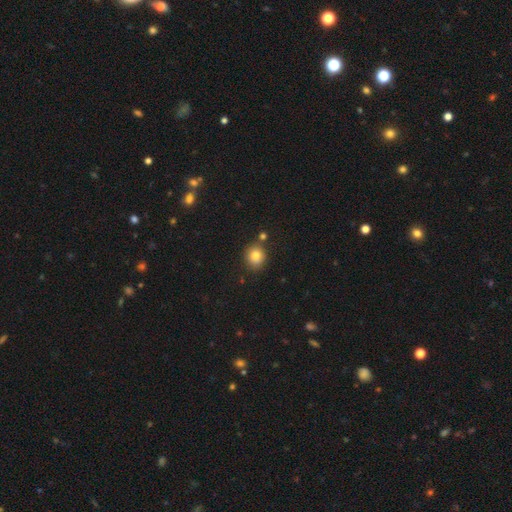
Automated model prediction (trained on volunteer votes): This appears to be a smooth galaxy with no disk features (83%) that is round (75%). Merging: none (78%).